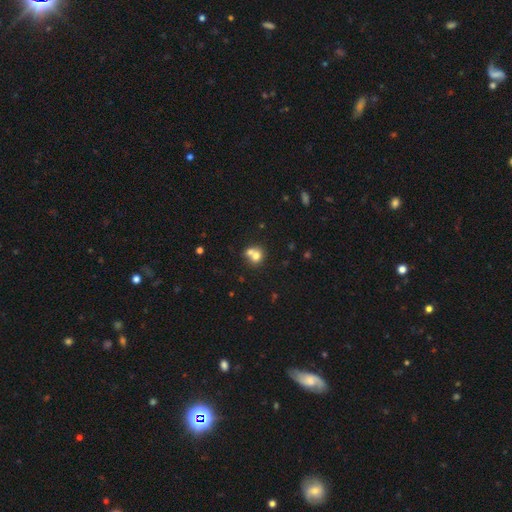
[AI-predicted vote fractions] Q: Smooth or featured?
A: smooth (70%); runner-up: featured or disk (18%)
Q: How rounded?
A: round (76%); runner-up: in between (24%)
Q: Merging?
A: merger (56%); runner-up: none (34%)